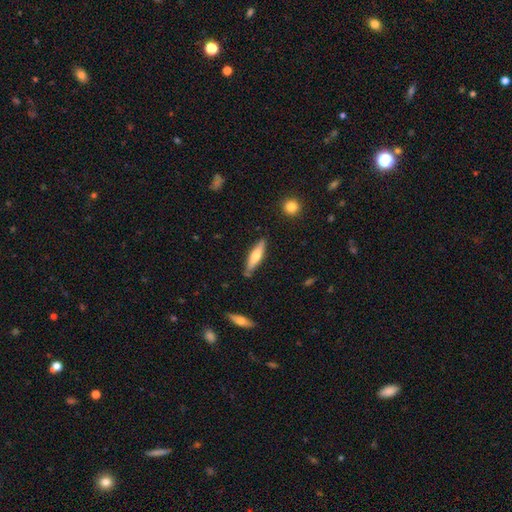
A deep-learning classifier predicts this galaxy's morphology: smooth 50%, featured or disk 45%, star or artifact 6%. Down the decision tree: merging — none (82%).